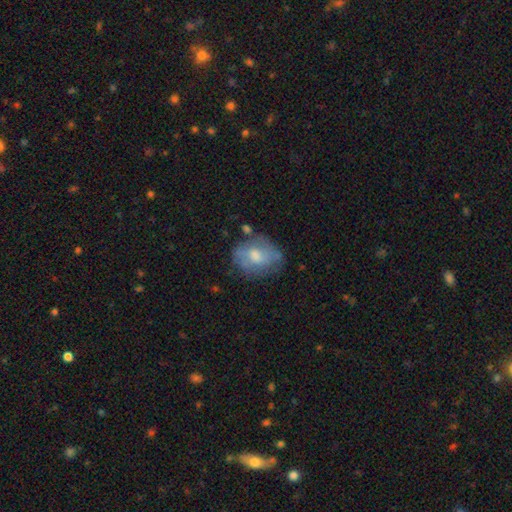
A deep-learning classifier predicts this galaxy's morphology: smooth 47%, featured or disk 43%, star or artifact 10%. Down the decision tree: merging — none (64%).